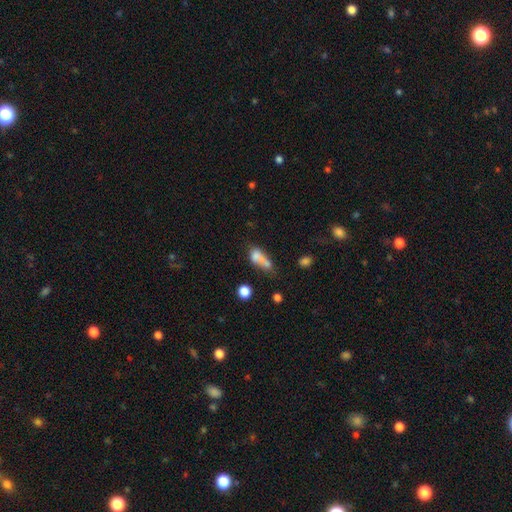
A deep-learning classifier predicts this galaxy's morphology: This appears to be a smooth galaxy with no disk features (67%) that is in between round and cigar-shaped (64%). Merging: merger (50%).